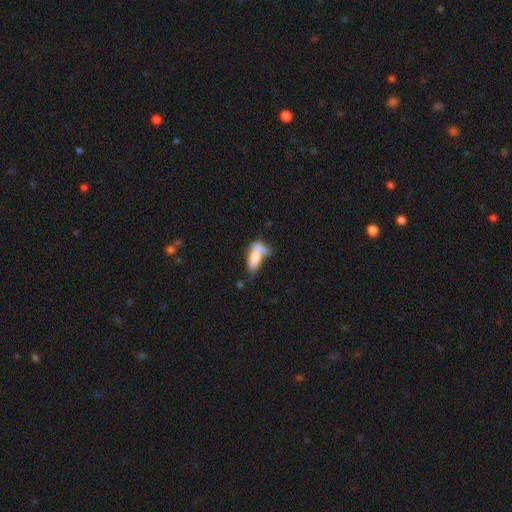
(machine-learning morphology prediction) Smooth or featured?
  - smooth: 72% *
  - featured or disk: 20%
  - star or artifact: 8%
How rounded?
  - in between: 74% *
  - cigar-shaped: 22%
  - round: 4%
Merging?
  - merger: 47% *
  - none: 25%
  - minor disturbance: 16%
  - major disturbance: 12%